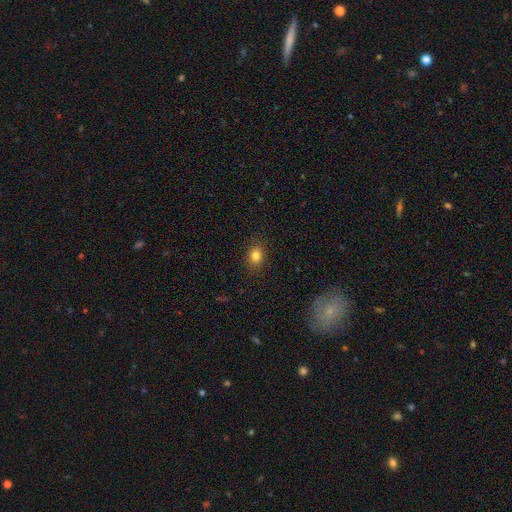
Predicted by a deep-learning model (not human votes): Overall: smooth (82%). How rounded: in between (57%; round 42%). Merging: none (87%).